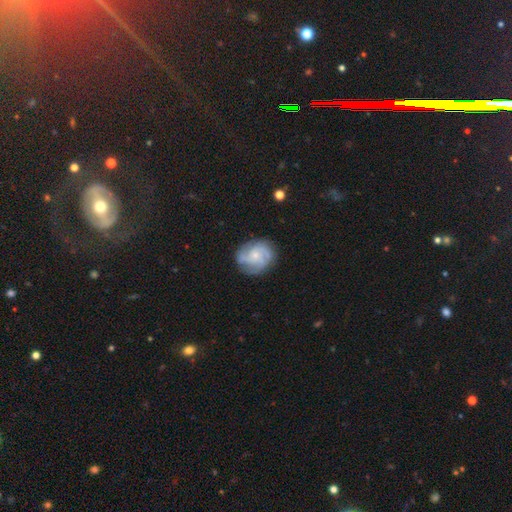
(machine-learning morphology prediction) This appears to be a featured or disk galaxy (78%) with no bar (73%), 3 (42%) tight (46%) spiral arms (95%) and a small central bulge (72%). Merging: none (75%).